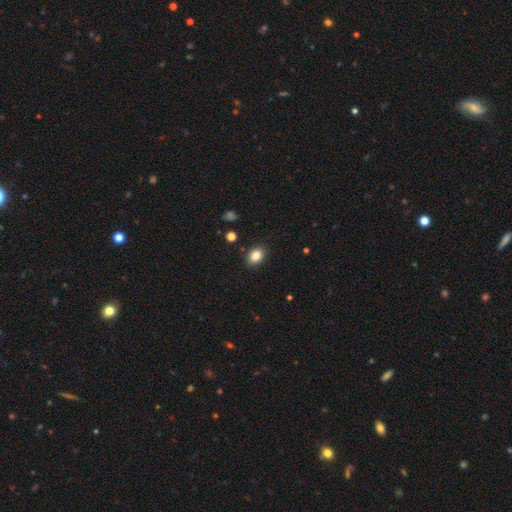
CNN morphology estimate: smooth-or-featured: smooth: 86% | star or artifact: 9% | featured or disk: 5%
  how-rounded: in between: 74% | round: 25% | cigar-shaped: 1%
  merging: none: 88% | minor disturbance: 8% | major disturbance: 2% | merger: 1%